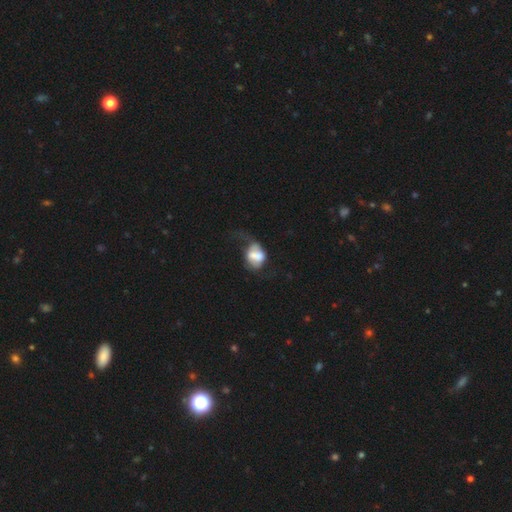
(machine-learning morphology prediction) Smooth or featured? smooth (54%)
How rounded? in between (60%)
Merging? major disturbance (46%)